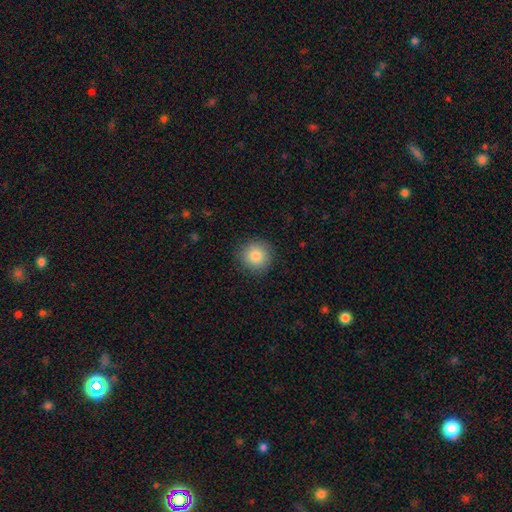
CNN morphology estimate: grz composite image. It shows a smooth galaxy with no disk features (84%) that is round (94%). Merging: none (89%).